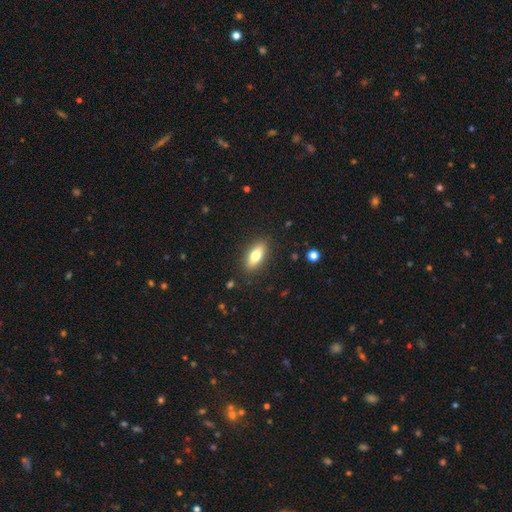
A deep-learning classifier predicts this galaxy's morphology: type=smooth (74%); roundness=in between (76%); merging=none (87%).